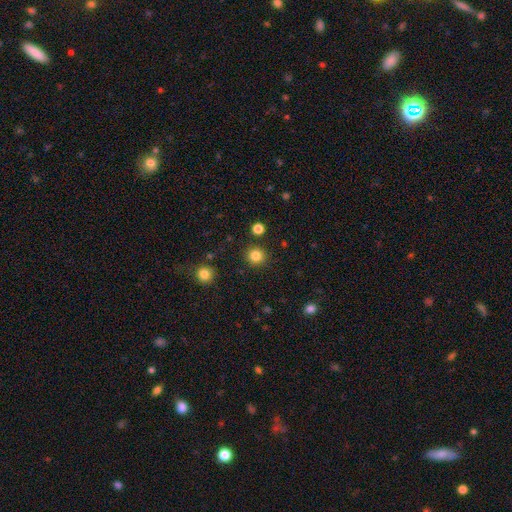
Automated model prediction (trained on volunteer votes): Overall: smooth (84%). How rounded: round (93%). Merging: none (90%).